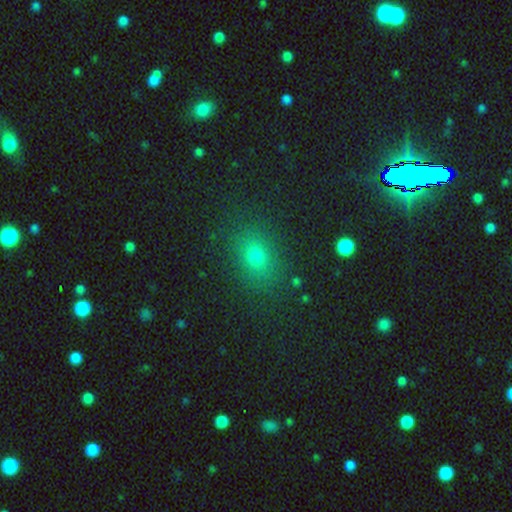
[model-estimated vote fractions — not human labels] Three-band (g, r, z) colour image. It shows a smooth galaxy with no disk features (73%) that is in between round and cigar-shaped (58%). Merging: none (83%).